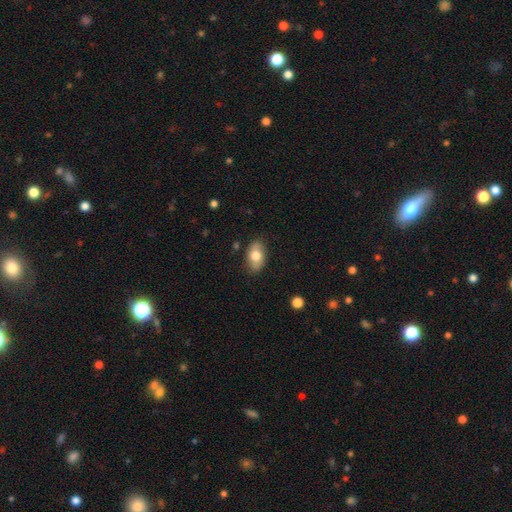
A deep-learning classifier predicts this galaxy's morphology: smooth-or-featured: smooth: 73% | featured or disk: 20% | star or artifact: 7%
  how-rounded: in between: 91% | round: 7% | cigar-shaped: 2%
  merging: none: 83% | minor disturbance: 13% | major disturbance: 3% | merger: 1%